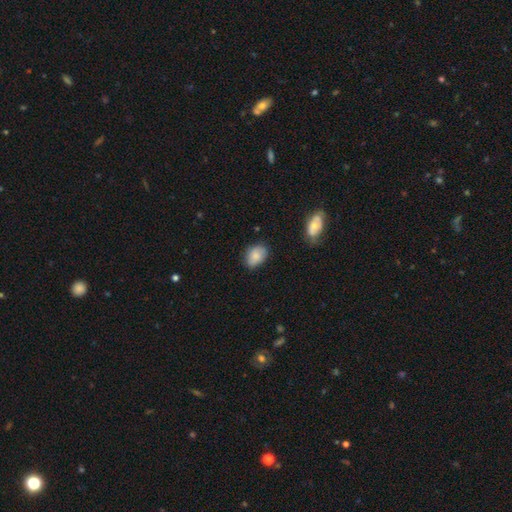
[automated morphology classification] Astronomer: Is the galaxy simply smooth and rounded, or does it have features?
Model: smooth — 82%.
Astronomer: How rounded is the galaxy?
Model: in between — 78%.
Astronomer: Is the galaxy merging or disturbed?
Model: none — 74%.